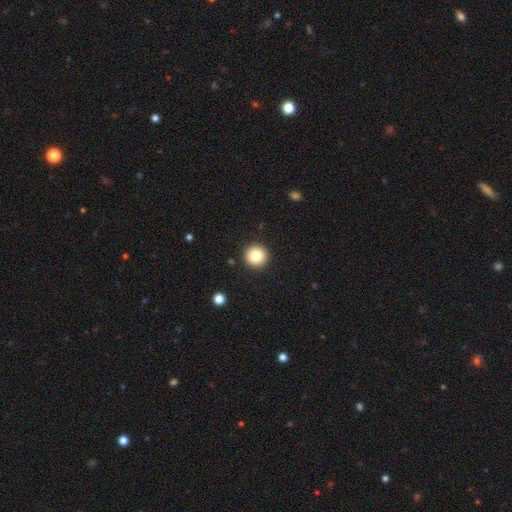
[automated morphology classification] A smooth galaxy with no disk features (82%) that is round (96%). Merging: none (92%).